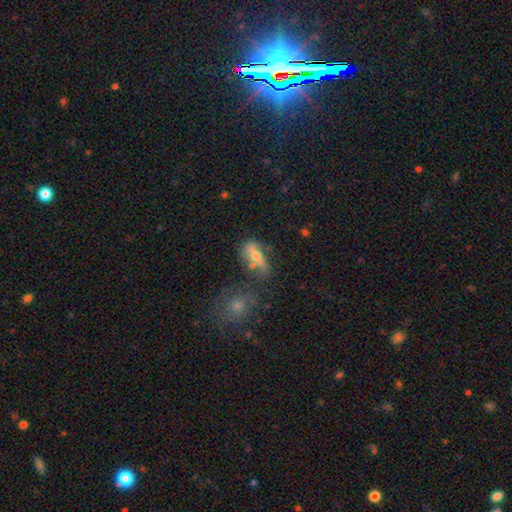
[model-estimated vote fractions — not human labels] smooth_or_featured: smooth (p=0.47) [alt: featured or disk p=0.41]
merging: none (p=0.45) [alt: merger p=0.21]